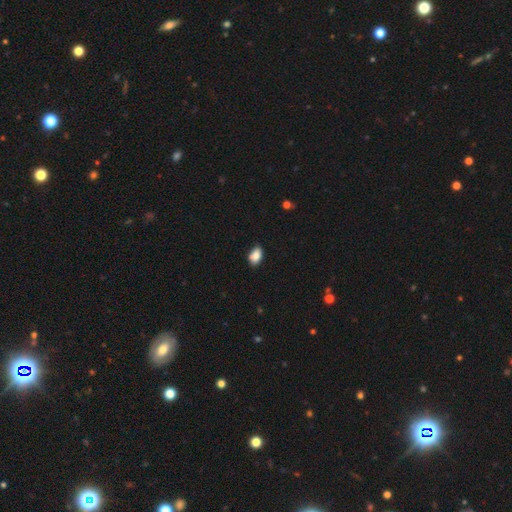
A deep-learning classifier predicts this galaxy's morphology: Smooth or featured? Predicted: smooth (p=0.86). How rounded? Predicted: in between (p=0.89). Merging? Predicted: none (p=0.80).